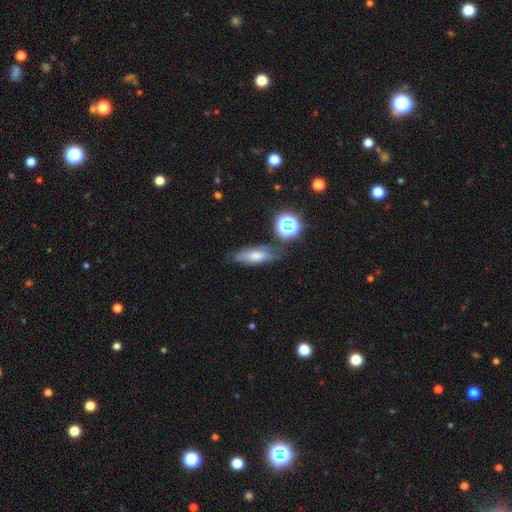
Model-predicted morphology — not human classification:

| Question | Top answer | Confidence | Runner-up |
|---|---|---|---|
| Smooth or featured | smooth | 52% | featured or disk (28%) |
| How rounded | in between | 52% | cigar-shaped (40%) |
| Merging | none | 72% | minor disturbance (18%) |